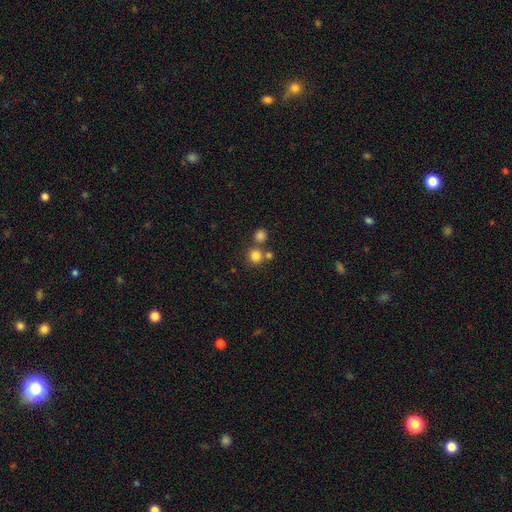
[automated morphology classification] A smooth galaxy with no disk features (80%) that is round (92%).

Vote fractions:
- Smooth or featured? smooth: 80% / star or artifact: 13% / featured or disk: 6%
- How rounded? round: 92% / in between: 7% / cigar-shaped: 1%
- Merging? none: 68% / merger: 22% / minor disturbance: 7% / major disturbance: 3%